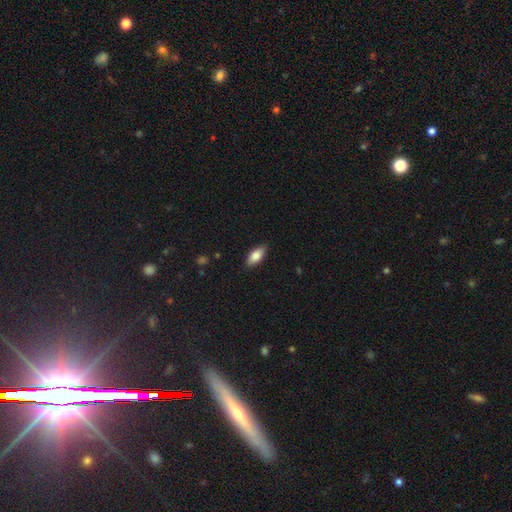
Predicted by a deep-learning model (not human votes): Smooth or featured: smooth — 80% (featured or disk — 14%)
How rounded: in between — 86% (cigar-shaped — 12%)
Merging: none — 86% (minor disturbance — 11%)